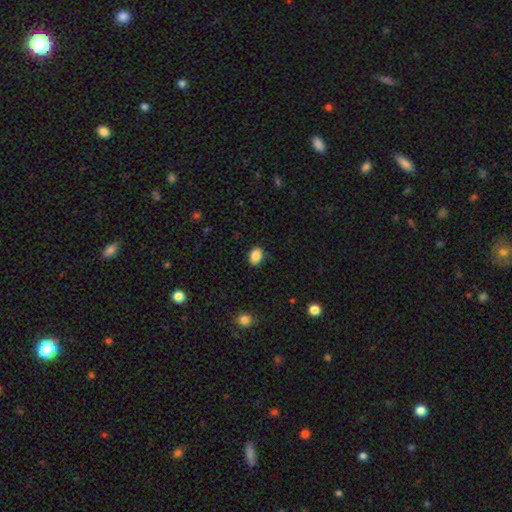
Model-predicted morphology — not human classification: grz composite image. It shows a smooth galaxy with no disk features (87%) that is in between round and cigar-shaped (75%). Merging: none (88%).